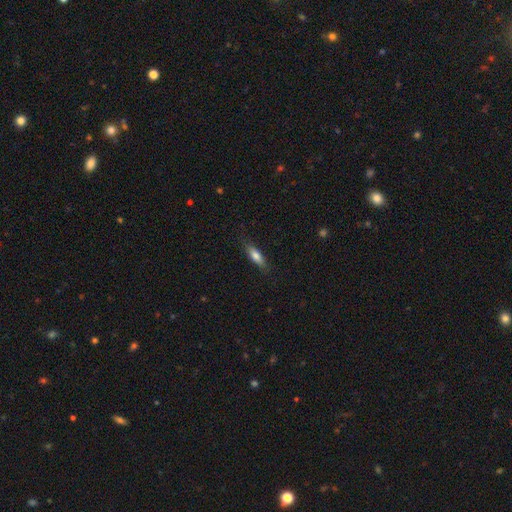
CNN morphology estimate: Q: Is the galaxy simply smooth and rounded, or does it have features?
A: smooth — 72%.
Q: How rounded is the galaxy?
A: cigar-shaped — 55%.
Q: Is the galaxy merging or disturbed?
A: none — 82%.